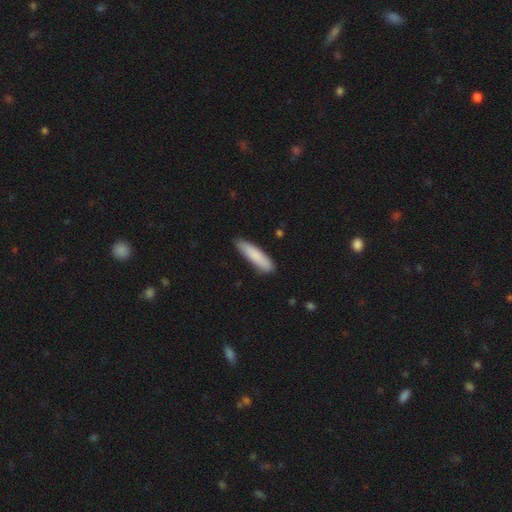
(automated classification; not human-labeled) Morphology: type=smooth (85%); roundness=cigar-shaped (75%); merging=none (85%).